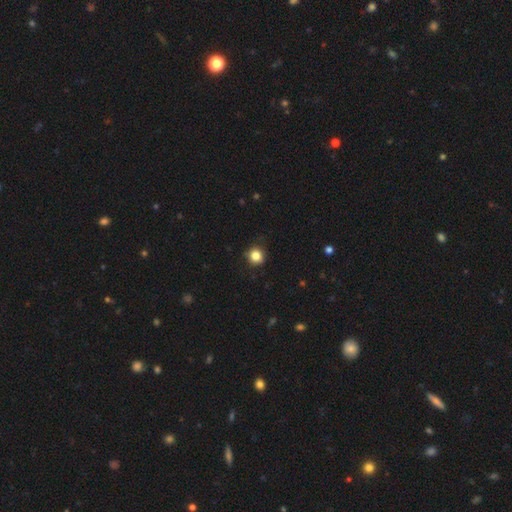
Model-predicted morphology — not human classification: type=smooth (83%); roundness=round (87%); merging=none (85%).